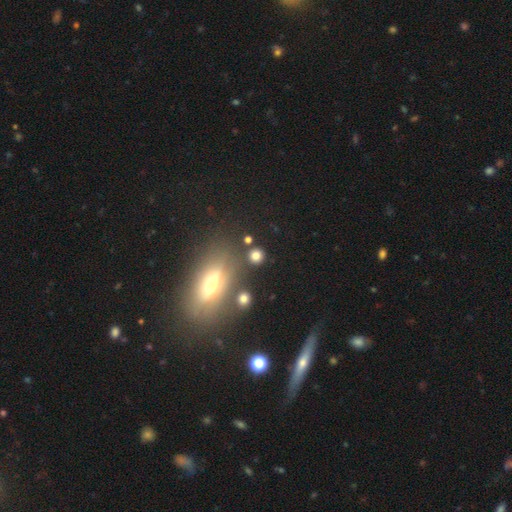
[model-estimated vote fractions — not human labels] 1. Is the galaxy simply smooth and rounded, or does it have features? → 75% smooth, 15% star or artifact, 10% featured or disk.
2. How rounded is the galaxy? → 82% round, 14% in between, 3% cigar-shaped.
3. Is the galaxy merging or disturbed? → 80% none, 9% minor disturbance, 7% merger, 4% major disturbance.